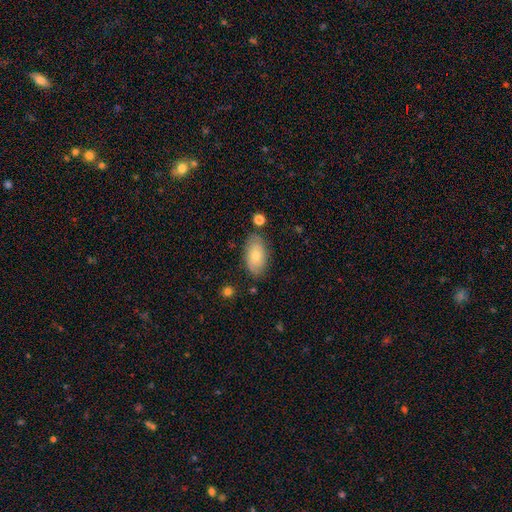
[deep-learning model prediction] Smooth or featured? Predicted: smooth (p=0.70). How rounded? Predicted: in between (p=0.93). Merging? Predicted: none (p=0.77).